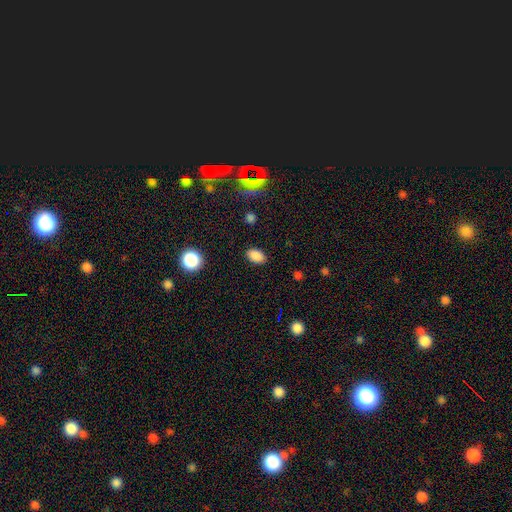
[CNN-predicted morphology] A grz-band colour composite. It shows a smooth galaxy with no disk features (86%) that is in between round and cigar-shaped (87%). Merging: none (88%).